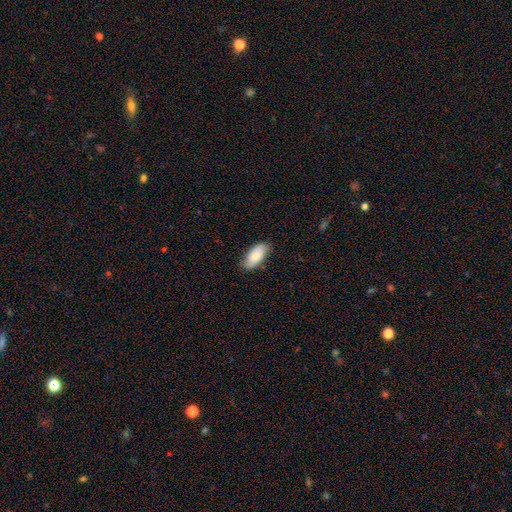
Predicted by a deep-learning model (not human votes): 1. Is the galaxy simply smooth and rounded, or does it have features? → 80% smooth, 15% featured or disk, 6% star or artifact.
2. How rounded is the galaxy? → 91% in between, 7% cigar-shaped, 2% round.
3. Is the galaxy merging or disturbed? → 81% none, 15% minor disturbance, 2% major disturbance, 1% merger.